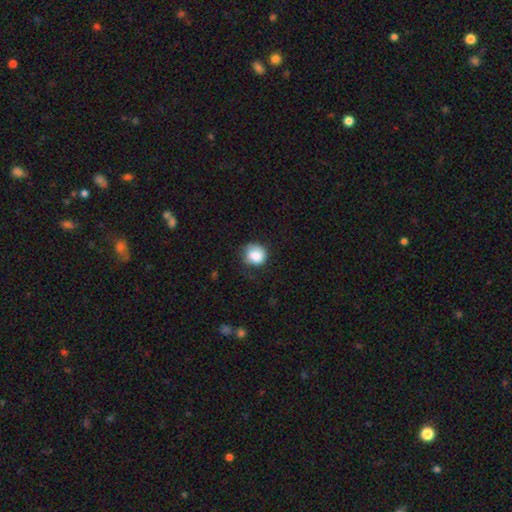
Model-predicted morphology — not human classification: Smooth or featured?
  - smooth: 85% *
  - star or artifact: 8%
  - featured or disk: 7%
How rounded?
  - round: 82% *
  - in between: 17%
  - cigar-shaped: 1%
Merging?
  - none: 58% *
  - minor disturbance: 29%
  - major disturbance: 10%
  - merger: 2%